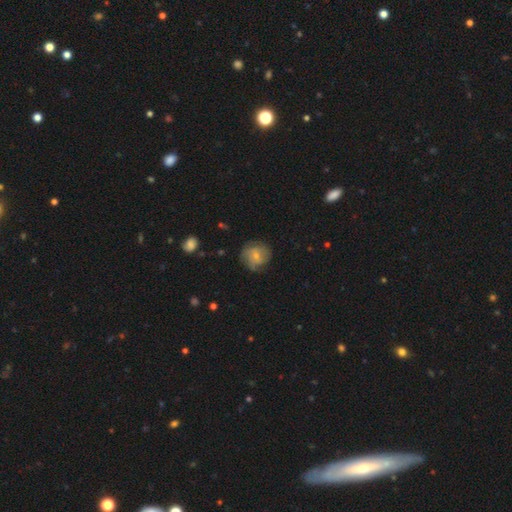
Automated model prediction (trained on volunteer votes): A smooth galaxy with no disk features (54%) that is round (86%).

Vote fractions:
- Smooth or featured? smooth: 54% / featured or disk: 38% / star or artifact: 8%
- How rounded? round: 86% / in between: 13% / cigar-shaped: 1%
- Merging? none: 70% / minor disturbance: 21% / major disturbance: 8% / merger: 1%